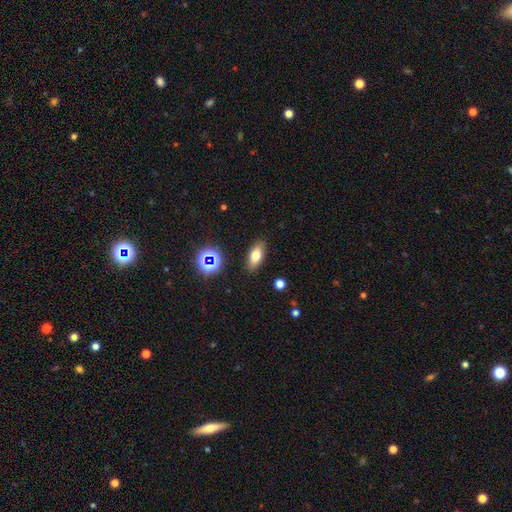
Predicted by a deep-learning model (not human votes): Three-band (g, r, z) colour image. It shows a smooth galaxy with no disk features (71%) that is in between round and cigar-shaped (77%). Merging: none (87%).